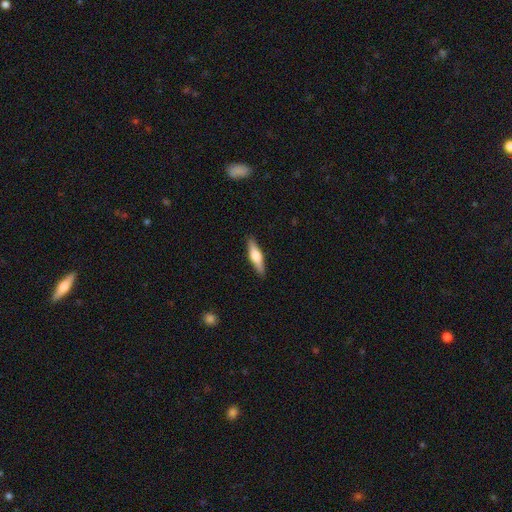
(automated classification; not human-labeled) smooth-or-featured: smooth: 49% | featured or disk: 45% | star or artifact: 6%
  merging: none: 90% | minor disturbance: 7% | major disturbance: 2% | merger: 1%